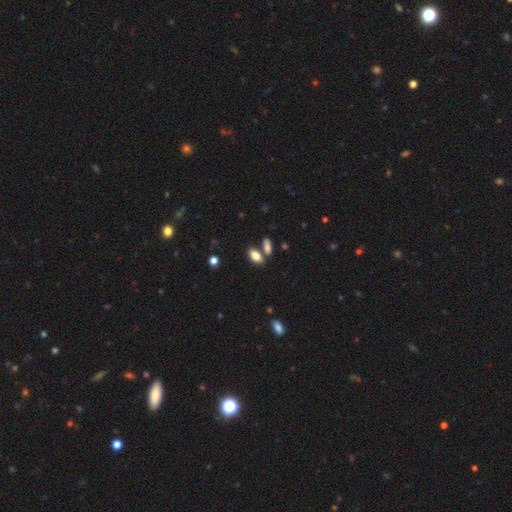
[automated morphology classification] This is clearly a smooth galaxy (83%). How rounded: clearly in between (88%). Merging: likely none (62%).